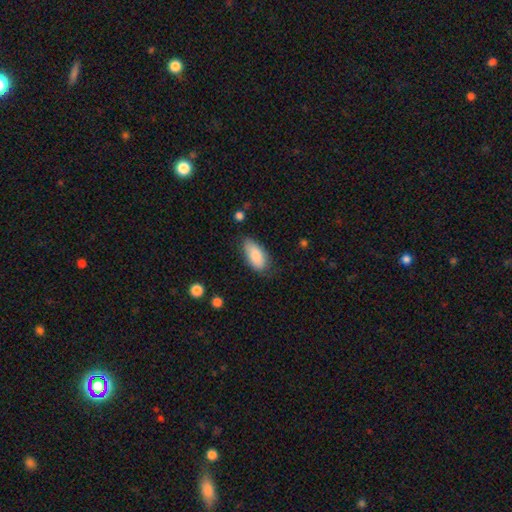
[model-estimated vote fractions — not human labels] Smooth or featured: smooth — 83% (featured or disk — 11%)
How rounded: in between — 90% (cigar-shaped — 7%)
Merging: none — 70% (minor disturbance — 23%)